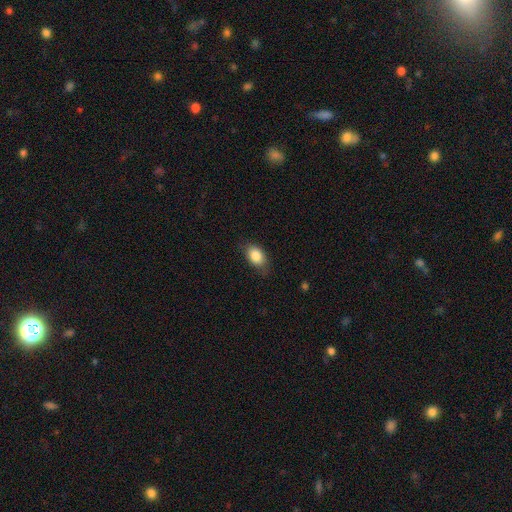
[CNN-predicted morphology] Smooth or featured?
  - smooth: 86% *
  - star or artifact: 8%
  - featured or disk: 7%
How rounded?
  - in between: 83% *
  - round: 15%
  - cigar-shaped: 2%
Merging?
  - none: 75% *
  - minor disturbance: 20%
  - major disturbance: 4%
  - merger: 1%